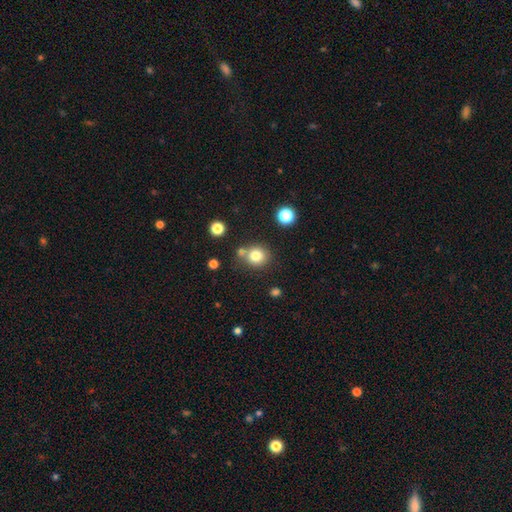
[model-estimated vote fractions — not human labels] Overall: smooth (79%). How rounded: round (87%). Merging: none (69%).